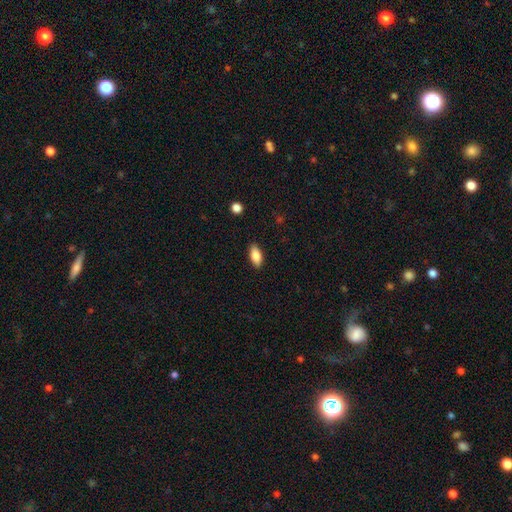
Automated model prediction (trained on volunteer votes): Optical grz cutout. It shows a smooth galaxy with no disk features (86%) that is in between round and cigar-shaped (88%). Merging: none (88%).